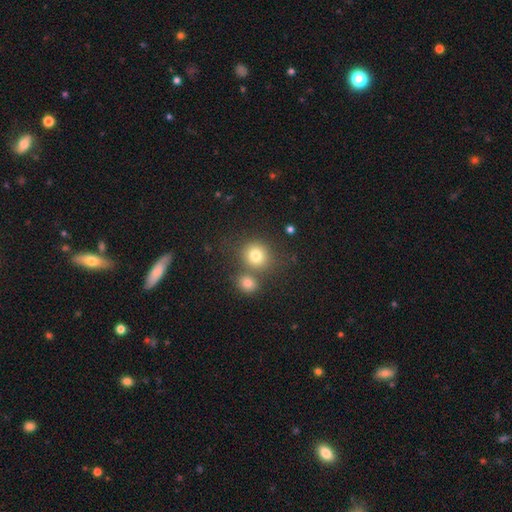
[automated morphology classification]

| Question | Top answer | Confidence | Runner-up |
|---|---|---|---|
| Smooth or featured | smooth | 78% | star or artifact (13%) |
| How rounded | round | 85% | in between (14%) |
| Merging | none | 63% | merger (24%) |